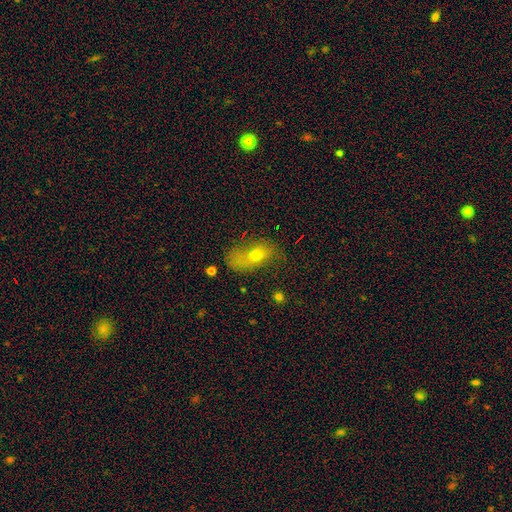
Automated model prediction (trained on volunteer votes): A smooth galaxy with no disk features (59%) that is in between round and cigar-shaped (80%). Merging: none (38%).